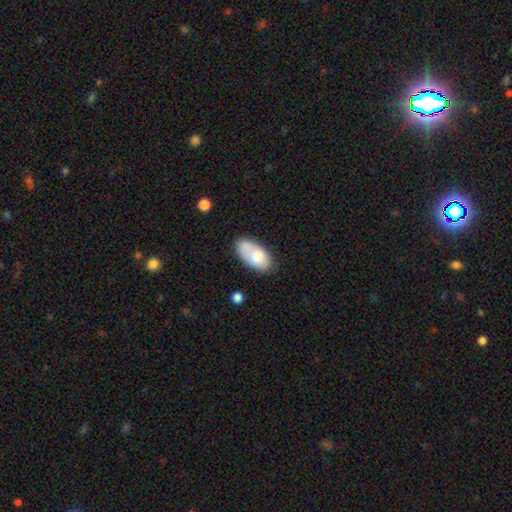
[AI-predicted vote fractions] smooth_or_featured: smooth (p=0.75) [alt: featured or disk p=0.18]
how_rounded: in between (p=0.94) [alt: cigar-shaped p=0.03]
merging: none (p=0.58) [alt: minor disturbance p=0.23]